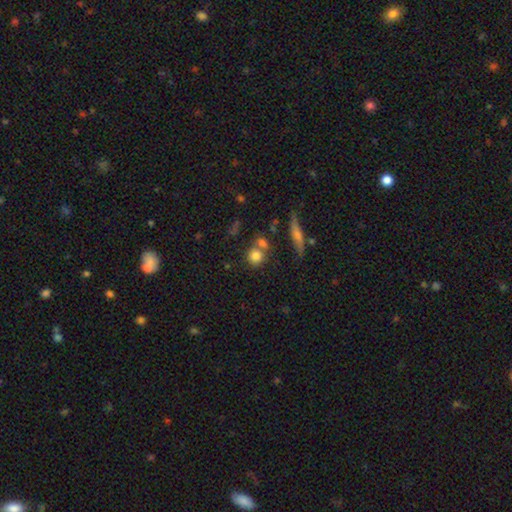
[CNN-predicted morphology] This is likely a smooth galaxy (78%). How rounded: clearly round (83%). Merging: possibly none (60%).